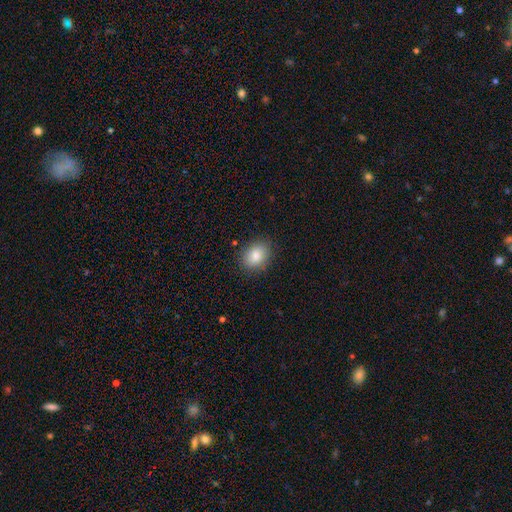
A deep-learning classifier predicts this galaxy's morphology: smooth 84%, star or artifact 8%, featured or disk 8%. Down the decision tree: how rounded — in between (62%); merging — none (86%).